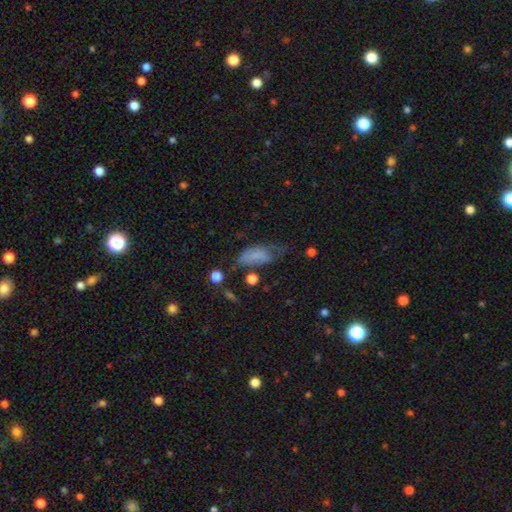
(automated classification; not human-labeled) A smooth galaxy with no disk features (69%) that is in between round and cigar-shaped (88%). Merging: major disturbance (33%).